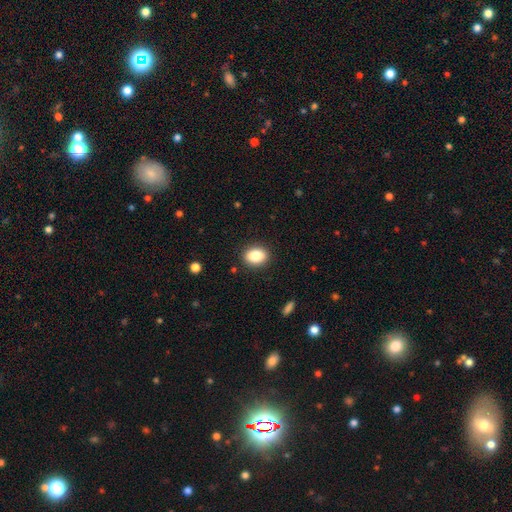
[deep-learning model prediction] smooth-or-featured: smooth: 84% | star or artifact: 9% | featured or disk: 7%
  how-rounded: in between: 61% | round: 37% | cigar-shaped: 1%
  merging: none: 89% | minor disturbance: 7% | major disturbance: 2% | merger: 1%